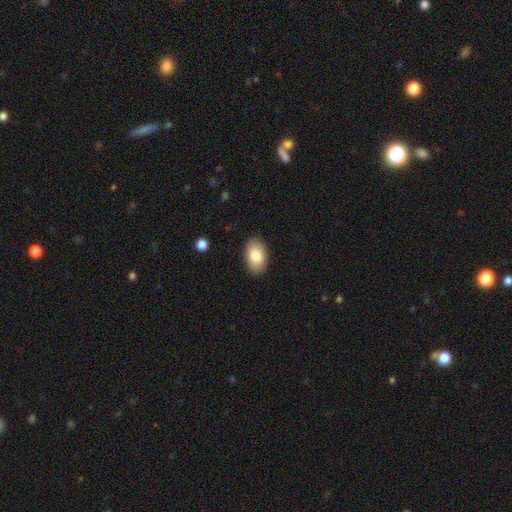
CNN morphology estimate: type=smooth (83%); roundness=in between (93%); merging=none (88%).